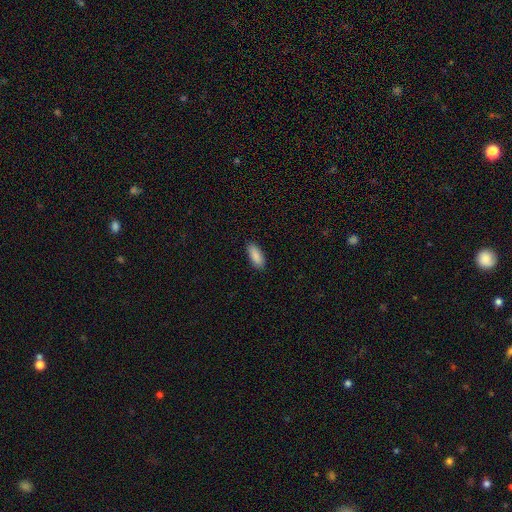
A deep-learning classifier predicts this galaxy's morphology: smooth-or-featured: smooth: 90% | star or artifact: 6% | featured or disk: 4%
  how-rounded: in between: 79% | cigar-shaped: 19% | round: 2%
  merging: none: 89% | minor disturbance: 8% | major disturbance: 2% | merger: 1%